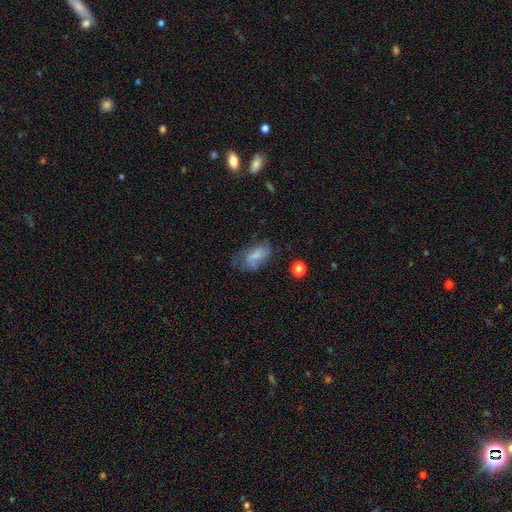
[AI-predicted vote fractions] Overall: smooth (60%; featured or disk 31%). How rounded: in between (89%). Merging: none (43%; minor disturbance 31%).